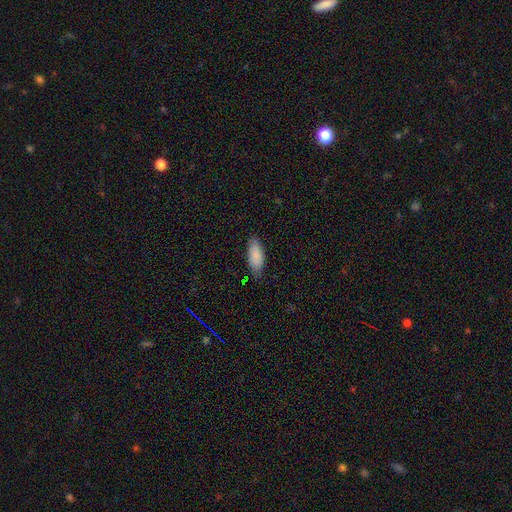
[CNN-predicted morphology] This appears to be a smooth galaxy with no disk features (88%) that is in between round and cigar-shaped (84%). Merging: none (78%).